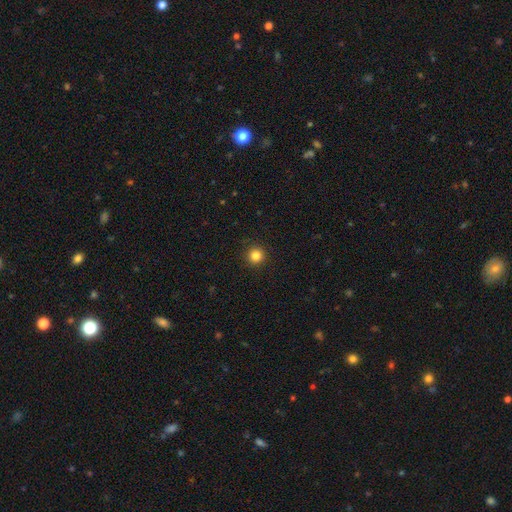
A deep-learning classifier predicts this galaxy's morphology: Overall: smooth (84%). How rounded: round (96%). Merging: none (93%).